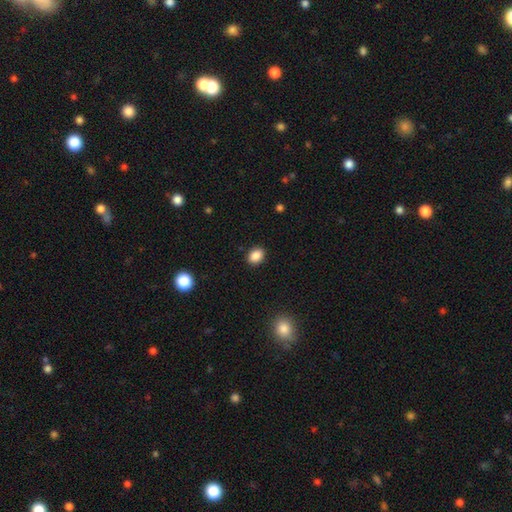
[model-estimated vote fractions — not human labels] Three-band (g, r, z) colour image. It shows a smooth galaxy with no disk features (88%) that is in between round and cigar-shaped (68%). Merging: none (90%).